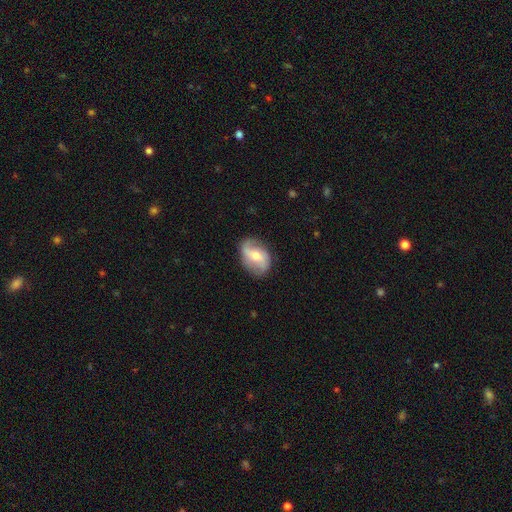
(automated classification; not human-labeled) Smooth or featured? featured or disk (69%)
Edge-on disk? no (96%)
Bar? weak (42%)
Spiral arms? yes (86%)
Spiral winding? loose (59%)
Spiral arm count? 2 (86%)
Bulge size? moderate (59%)
Merging? none (78%)